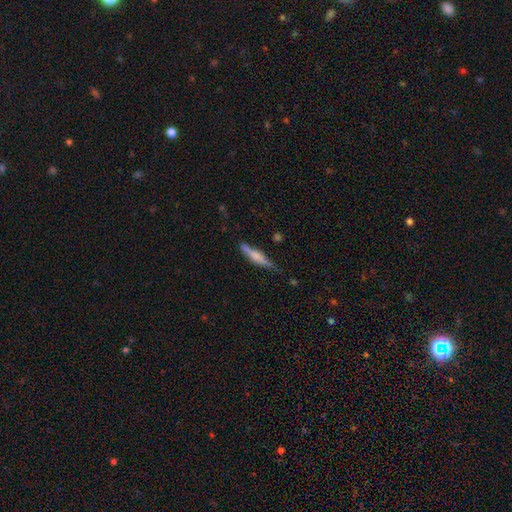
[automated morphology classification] smooth 52%, featured or disk 41%, star or artifact 6%. Down the decision tree: how rounded — cigar-shaped (86%); merging — none (74%).